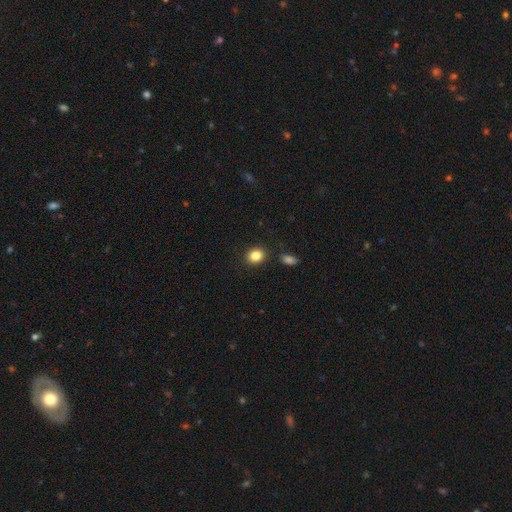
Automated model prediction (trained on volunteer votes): Q: Smooth or featured?
A: smooth (86%); runner-up: star or artifact (9%)
Q: How rounded?
A: round (57%); runner-up: in between (42%)
Q: Merging?
A: none (86%); runner-up: minor disturbance (8%)